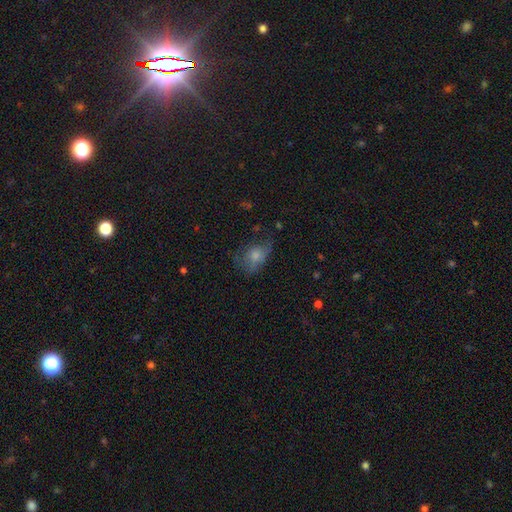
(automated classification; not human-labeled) Q: Smooth or featured?
A: smooth (67%); runner-up: featured or disk (22%)
Q: How rounded?
A: in between (71%); runner-up: round (27%)
Q: Merging?
A: none (38%); runner-up: minor disturbance (30%)